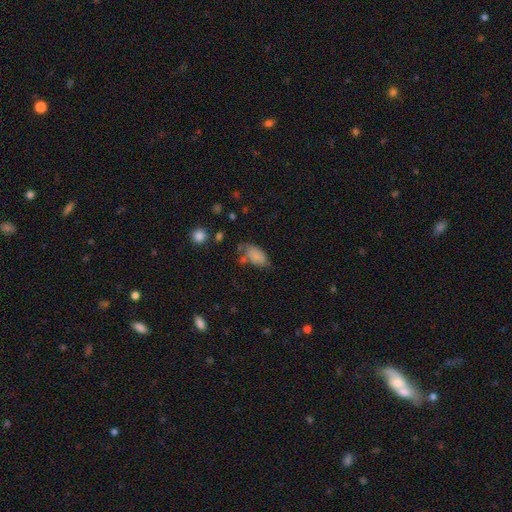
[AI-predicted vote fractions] Morphology: type=smooth (81%); roundness=in between (92%); merging=none (52%).